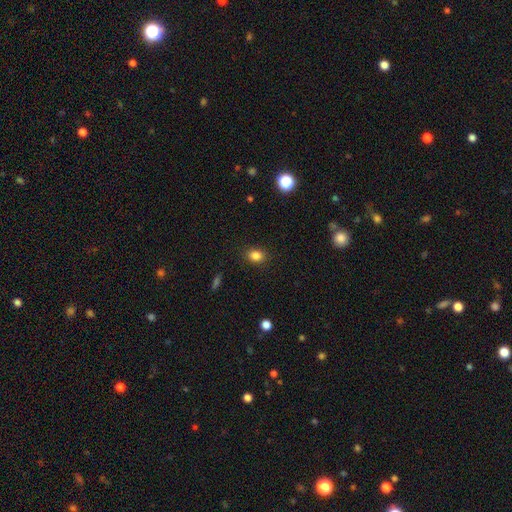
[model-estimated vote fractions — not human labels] smooth_or_featured: smooth (p=0.84) [alt: star or artifact p=0.11]
how_rounded: in between (p=0.56) [alt: round p=0.43]
merging: none (p=0.88) [alt: minor disturbance p=0.09]